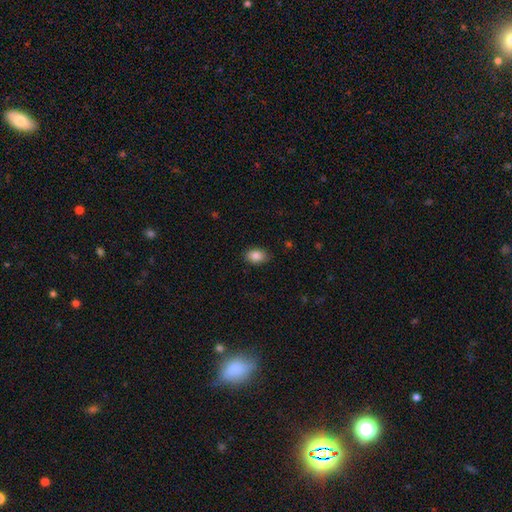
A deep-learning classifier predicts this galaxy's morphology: Smooth or featured? smooth (86%)
How rounded? in between (82%)
Merging? none (85%)